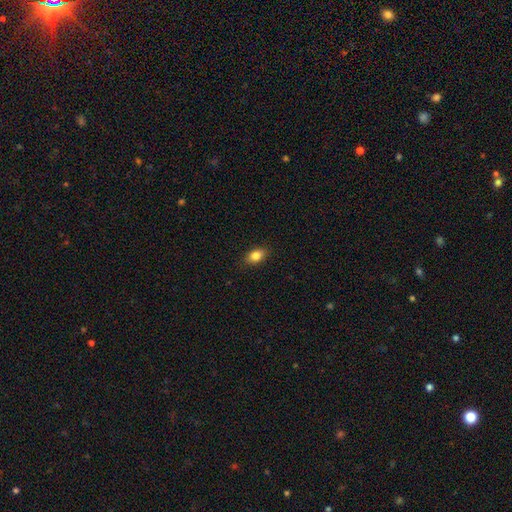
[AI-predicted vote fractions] Overall: smooth (84%). How rounded: in between (83%). Merging: none (87%).